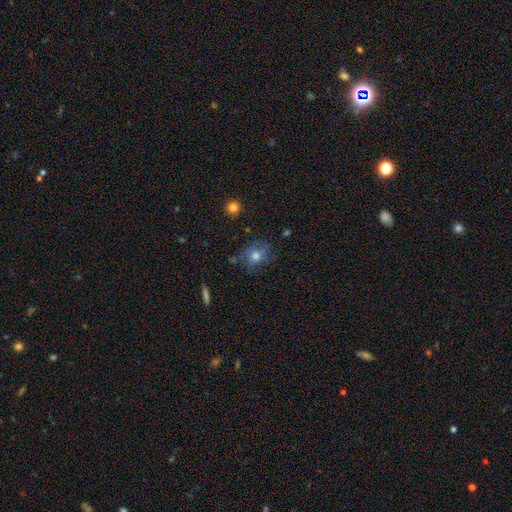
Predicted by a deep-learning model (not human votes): Q: Smooth or featured?
A: smooth (57%); runner-up: featured or disk (28%)
Q: How rounded?
A: round (52%); runner-up: in between (46%)
Q: Merging?
A: none (67%); runner-up: minor disturbance (21%)